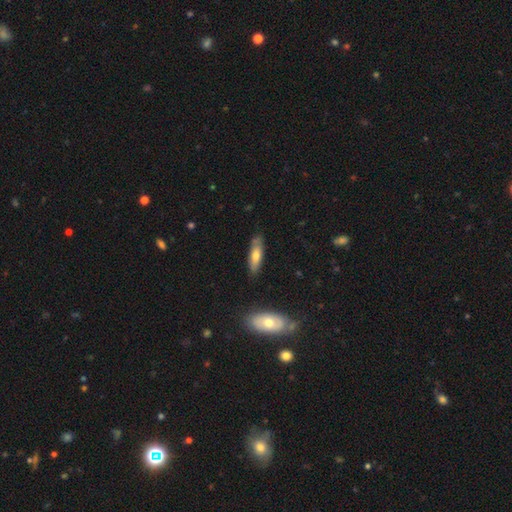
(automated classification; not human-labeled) Overall: smooth (63%; featured or disk 30%). How rounded: cigar-shaped (55%; in between 43%). Merging: none (76%).